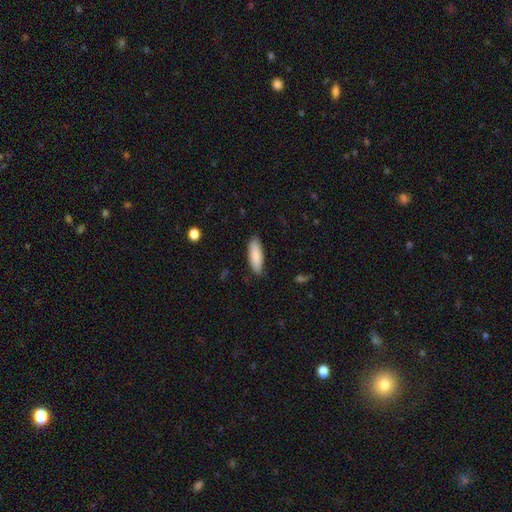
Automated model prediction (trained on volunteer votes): A smooth galaxy with no disk features (87%) that is in between round and cigar-shaped (57%).

Vote fractions:
- Smooth or featured? smooth: 87% / featured or disk: 7% / star or artifact: 6%
- How rounded? in between: 57% / cigar-shaped: 41% / round: 1%
- Merging? none: 86% / minor disturbance: 11% / major disturbance: 2% / merger: 1%